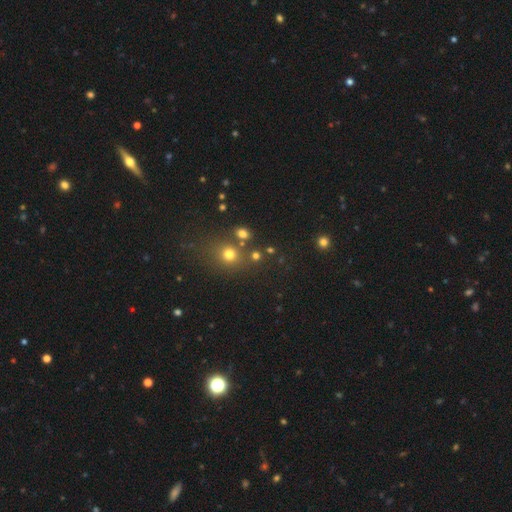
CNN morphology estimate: The model was most divided on "smooth or featured": smooth: 69%, star or artifact: 23%, featured or disk: 8%. More confident: how rounded — round (81%); merging — none (73%).